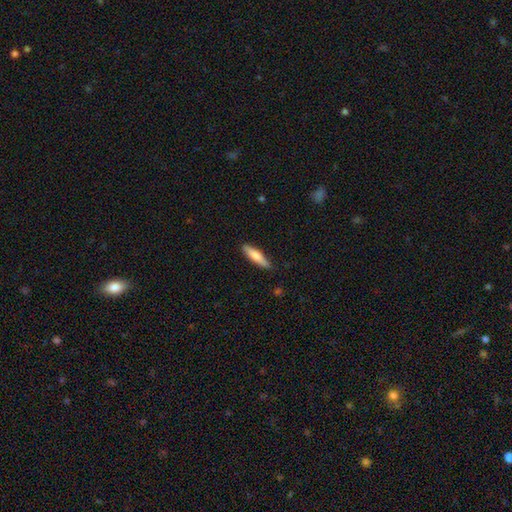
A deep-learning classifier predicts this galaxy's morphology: Smooth or featured? Predicted: smooth (p=0.73). How rounded? Predicted: cigar-shaped (p=0.77). Merging? Predicted: none (p=0.84).